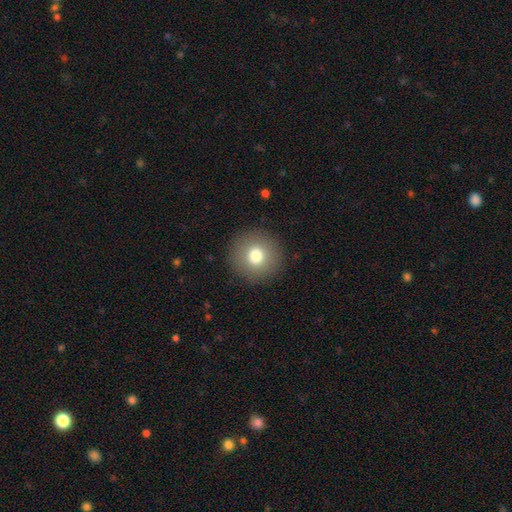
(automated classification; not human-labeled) A smooth galaxy with no disk features (77%) that is round (95%). Merging: none (91%).